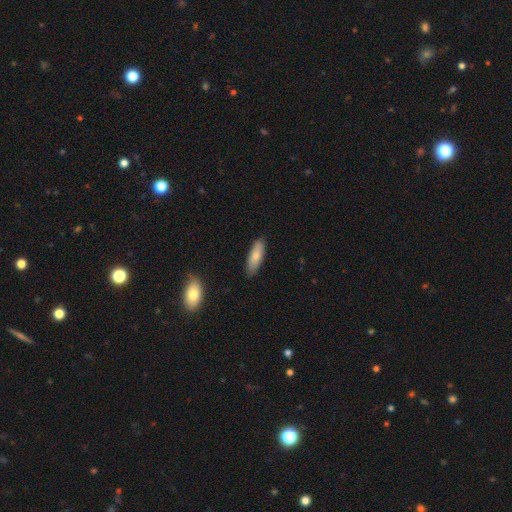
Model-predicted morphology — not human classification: A smooth galaxy with no disk features (79%) that is in between round and cigar-shaped (57%).

Vote fractions:
- Smooth or featured? smooth: 79% / featured or disk: 15% / star or artifact: 6%
- How rounded? in between: 57% / cigar-shaped: 41% / round: 2%
- Merging? none: 84% / minor disturbance: 12% / major disturbance: 2% / merger: 1%